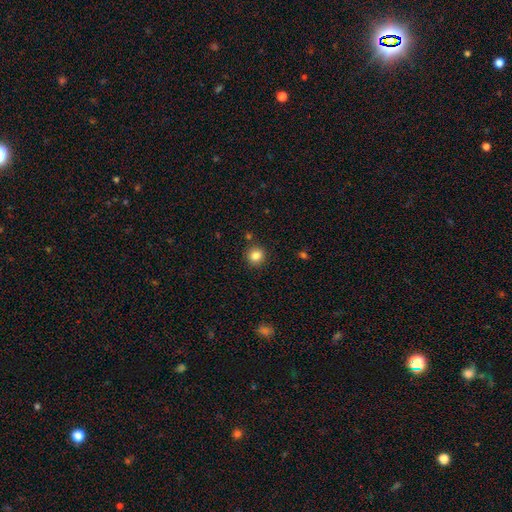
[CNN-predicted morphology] smooth-or-featured: smooth: 83% | star or artifact: 11% | featured or disk: 6%
  how-rounded: round: 92% | in between: 7% | cigar-shaped: 1%
  merging: none: 89% | minor disturbance: 6% | merger: 2% | major disturbance: 2%